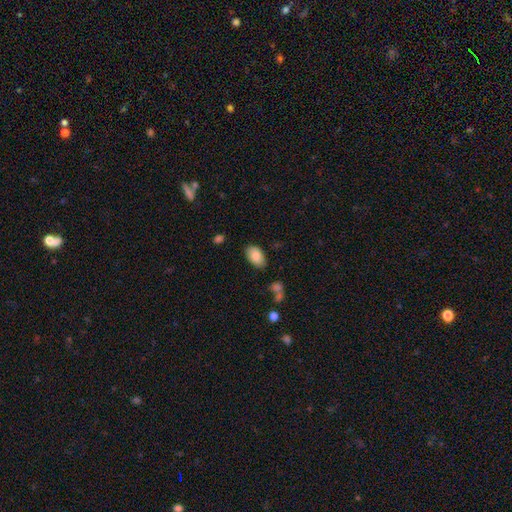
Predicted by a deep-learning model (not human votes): This appears to be a smooth galaxy with no disk features (86%) that is in between round and cigar-shaped (94%). Merging: none (81%).